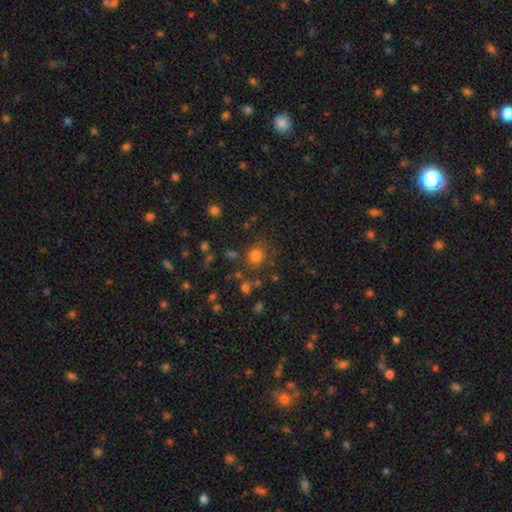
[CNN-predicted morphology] Smooth or featured? smooth (76%)
How rounded? round (87%)
Merging? none (77%)